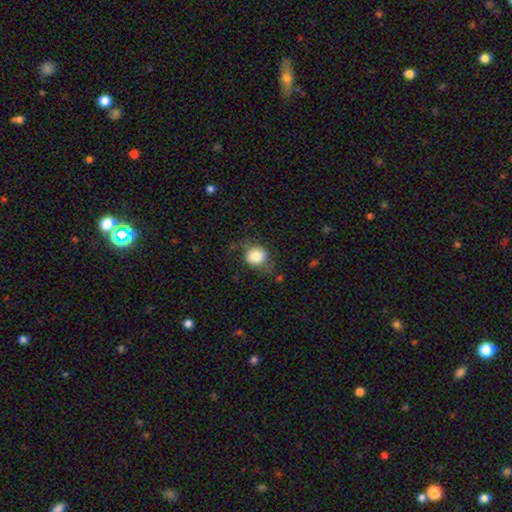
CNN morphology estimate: Smooth or featured?
  - smooth: 82% *
  - featured or disk: 10%
  - star or artifact: 8%
How rounded?
  - round: 72% *
  - in between: 27%
  - cigar-shaped: 1%
Merging?
  - none: 64% *
  - minor disturbance: 24%
  - major disturbance: 11%
  - merger: 2%